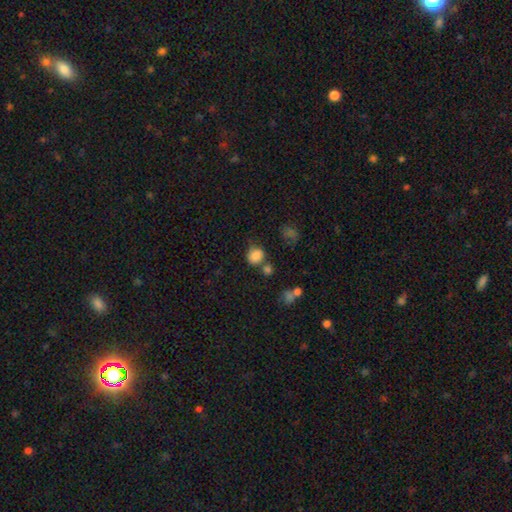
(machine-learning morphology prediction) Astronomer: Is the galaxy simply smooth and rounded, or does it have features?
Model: smooth — 83%.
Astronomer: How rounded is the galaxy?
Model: round — 68%.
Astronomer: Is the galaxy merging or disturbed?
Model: none — 57%.